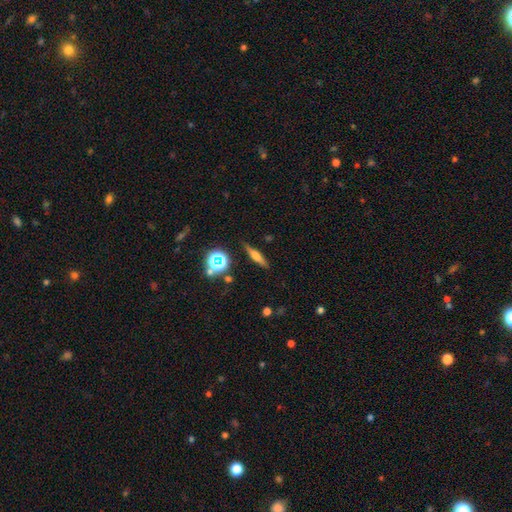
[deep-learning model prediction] Overall: smooth (45%; featured or disk 41%). Merging: none (85%).